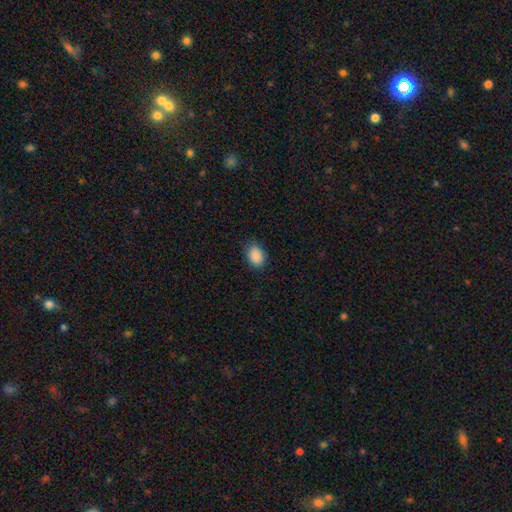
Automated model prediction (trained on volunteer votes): This is clearly a smooth galaxy (88%). How rounded: likely in between (73%). Merging: clearly none (82%).